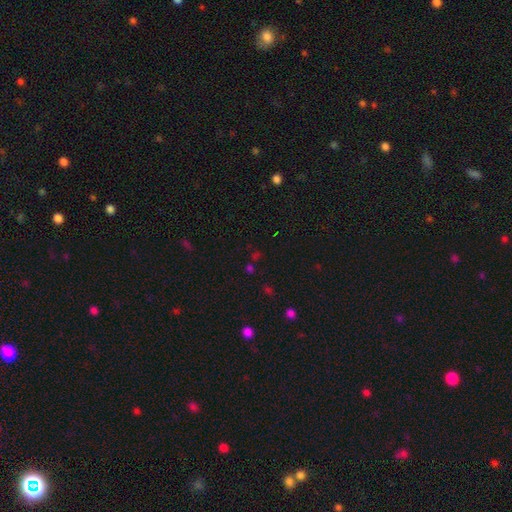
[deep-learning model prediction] A star or artifact, not a galaxy (52%).

Vote fractions:
- Smooth or featured? star or artifact: 52% / smooth: 39% / featured or disk: 8%